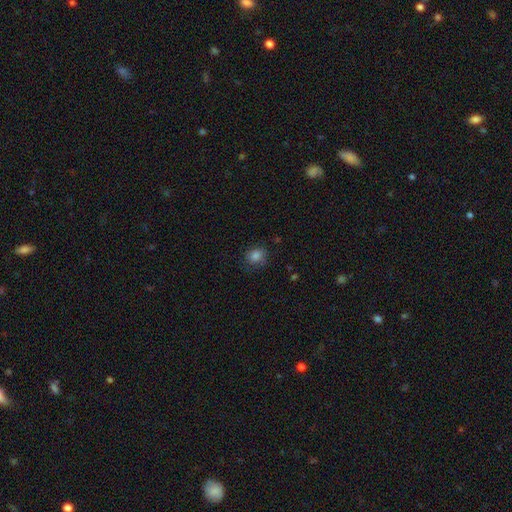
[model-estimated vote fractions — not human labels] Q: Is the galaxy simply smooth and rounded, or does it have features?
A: smooth — 82%.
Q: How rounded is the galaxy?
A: round — 68%.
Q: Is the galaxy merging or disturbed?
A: none — 74%.